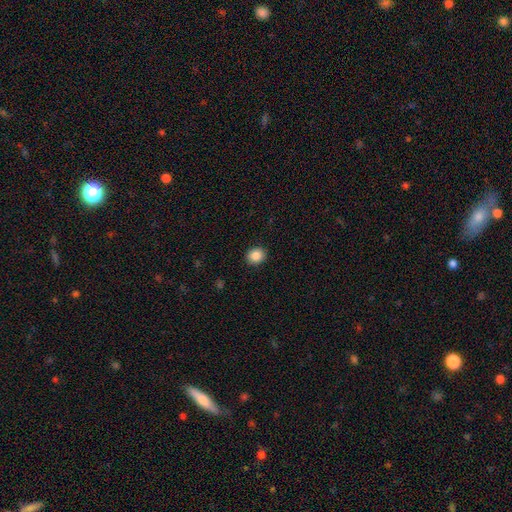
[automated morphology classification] A smooth galaxy with no disk features (87%) that is round (71%).

Vote fractions:
- Smooth or featured? smooth: 87% / star or artifact: 9% / featured or disk: 4%
- How rounded? round: 71% / in between: 28% / cigar-shaped: 1%
- Merging? none: 91% / minor disturbance: 6% / major disturbance: 2% / merger: 1%